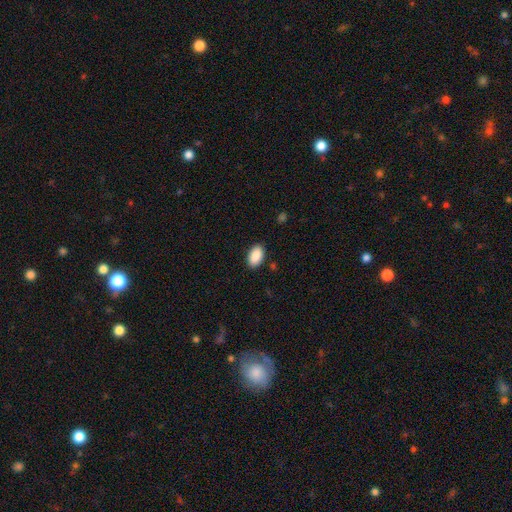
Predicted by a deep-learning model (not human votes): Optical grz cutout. It shows a smooth galaxy with no disk features (90%) that is in between round and cigar-shaped (93%). Merging: none (88%).